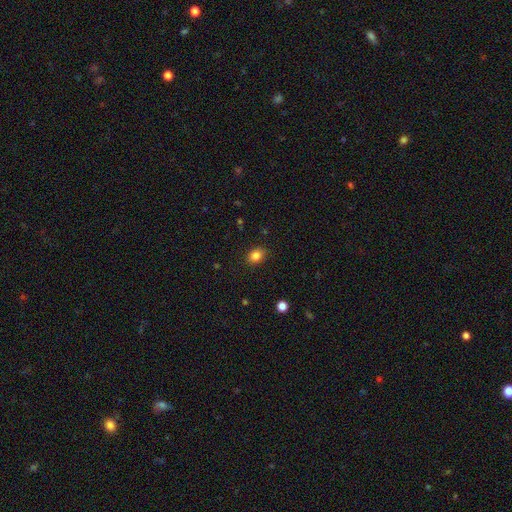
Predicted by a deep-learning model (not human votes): A smooth galaxy with no disk features (85%) that is in between round and cigar-shaped (58%).

Vote fractions:
- Smooth or featured? smooth: 85% / star or artifact: 10% / featured or disk: 5%
- How rounded? in between: 58% / round: 41% / cigar-shaped: 1%
- Merging? none: 86% / minor disturbance: 10% / major disturbance: 2% / merger: 1%